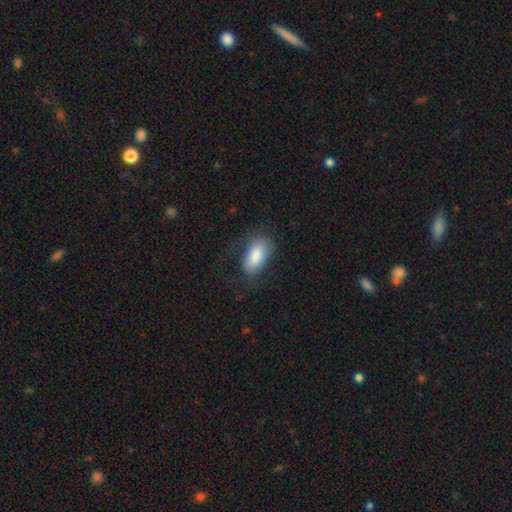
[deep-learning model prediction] Smooth or featured?
  - smooth: 82% *
  - featured or disk: 12%
  - star or artifact: 7%
How rounded?
  - in between: 92% *
  - cigar-shaped: 5%
  - round: 3%
Merging?
  - none: 64% *
  - minor disturbance: 22%
  - major disturbance: 13%
  - merger: 1%